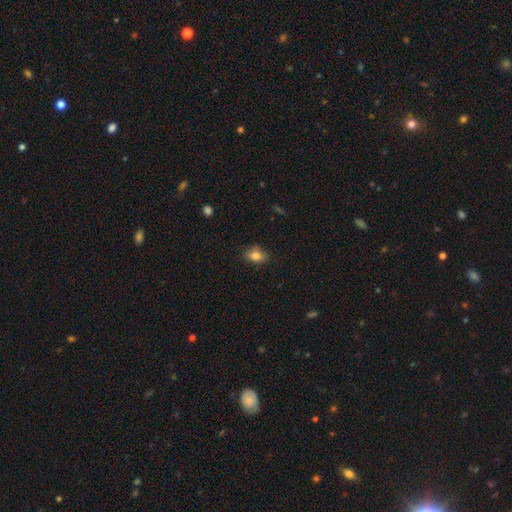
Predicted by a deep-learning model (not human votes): smooth_or_featured: smooth (p=0.81) [alt: star or artifact p=0.10]
how_rounded: in between (p=0.72) [alt: round p=0.25]
merging: none (p=0.79) [alt: minor disturbance p=0.17]